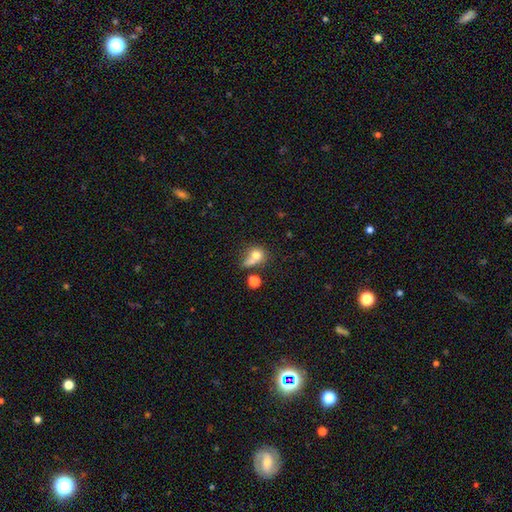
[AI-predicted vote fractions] Smooth or featured? Predicted: smooth (p=0.73). How rounded? Predicted: round (p=0.69). Merging? Predicted: merger (p=0.40).